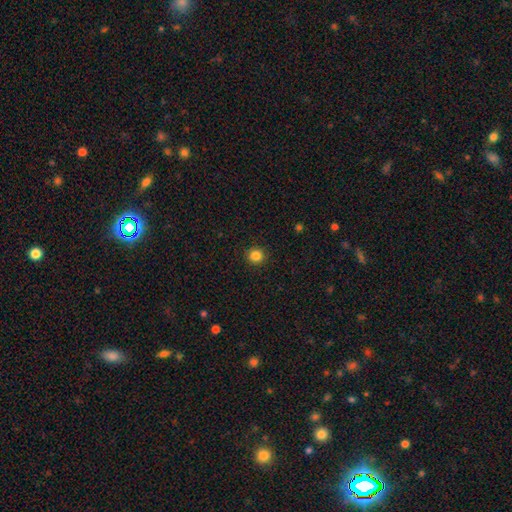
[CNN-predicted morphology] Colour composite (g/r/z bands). It shows a smooth galaxy with no disk features (84%) that is round (94%). Merging: none (93%).